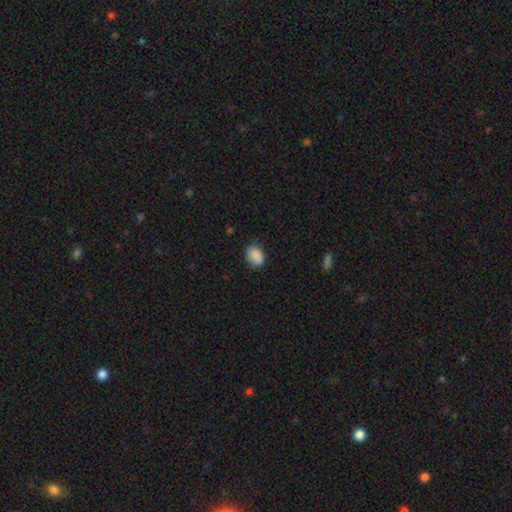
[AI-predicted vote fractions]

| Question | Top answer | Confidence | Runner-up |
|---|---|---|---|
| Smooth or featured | smooth | 88% | star or artifact (8%) |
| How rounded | in between | 70% | round (29%) |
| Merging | none | 76% | minor disturbance (19%) |